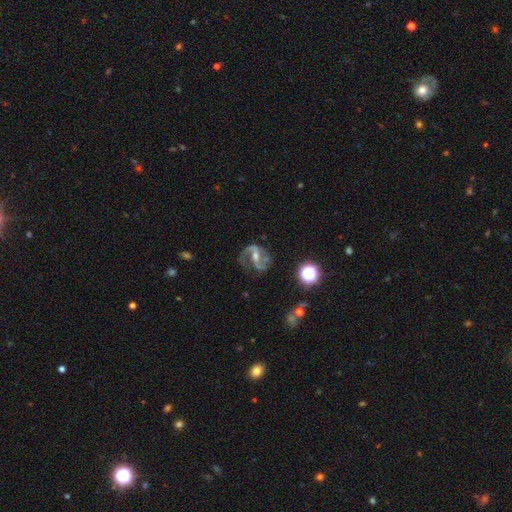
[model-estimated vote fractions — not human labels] Overall: featured or disk (86%). Edge-on disk: no (97%). Bar: strong (42%; weak 38%). Spiral arms: yes (96%). Spiral arm count: 2 (89%). Spiral winding: medium (52%; loose 31%). Bulge size: moderate (55%; small 37%). Merging: none (68%).